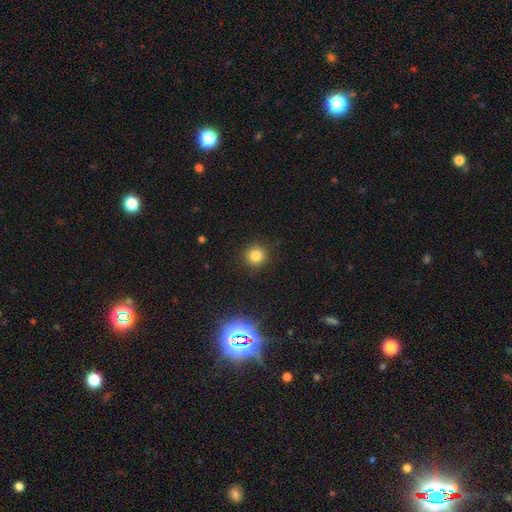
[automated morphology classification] Q: Smooth or featured?
A: smooth (81%); runner-up: star or artifact (13%)
Q: How rounded?
A: round (93%); runner-up: in between (6%)
Q: Merging?
A: none (91%); runner-up: minor disturbance (6%)